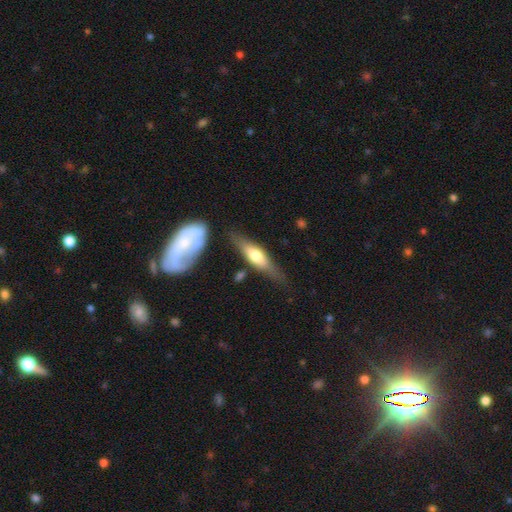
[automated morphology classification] The model was most divided on "smooth or featured": featured or disk: 52%, smooth: 43%, star or artifact: 5%. More confident: edge-on disk — yes (86%); merging — none (71%).